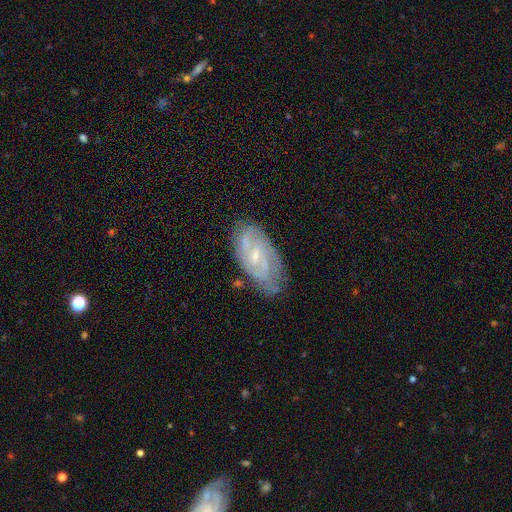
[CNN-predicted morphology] featured or disk 78%, smooth 16%, star or artifact 7%. Down the decision tree: edge-on disk — no (95%); bar — weak (47%); spiral arms — yes (91%); spiral arm count — 2 (36%); spiral winding — tight (48%); bulge size — small (67%); merging — none (71%).